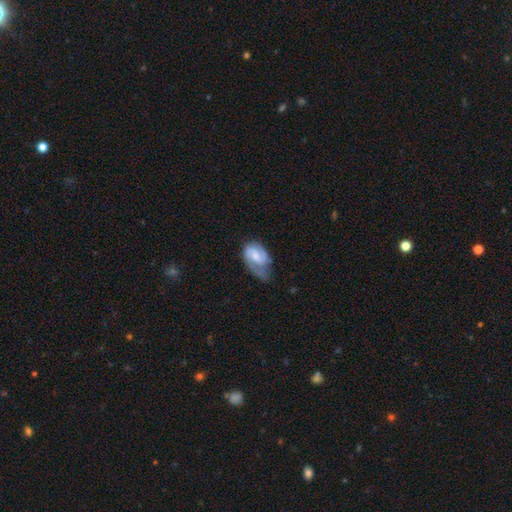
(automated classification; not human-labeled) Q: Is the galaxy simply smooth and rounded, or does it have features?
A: featured or disk — 63%.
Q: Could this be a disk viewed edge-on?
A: no — 97%.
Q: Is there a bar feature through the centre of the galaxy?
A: no — 45%.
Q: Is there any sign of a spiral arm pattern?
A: yes — 89%.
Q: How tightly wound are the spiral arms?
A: medium — 44%.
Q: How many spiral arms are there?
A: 2 — 63%.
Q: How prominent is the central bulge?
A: small — 41%.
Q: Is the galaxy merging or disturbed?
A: minor disturbance — 37%.